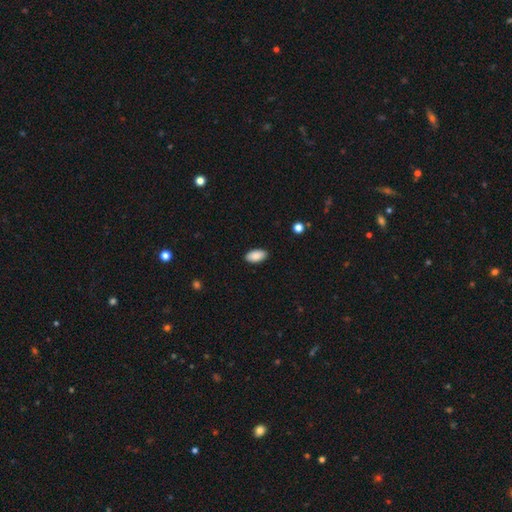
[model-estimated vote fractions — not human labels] Smooth or featured? smooth (89%)
How rounded? in between (95%)
Merging? none (89%)